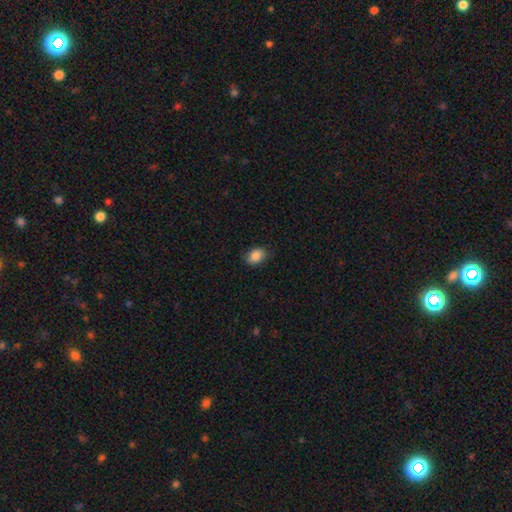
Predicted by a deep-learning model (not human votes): Q: Smooth or featured?
A: smooth (88%); runner-up: star or artifact (8%)
Q: How rounded?
A: in between (75%); runner-up: round (24%)
Q: Merging?
A: none (84%); runner-up: minor disturbance (13%)